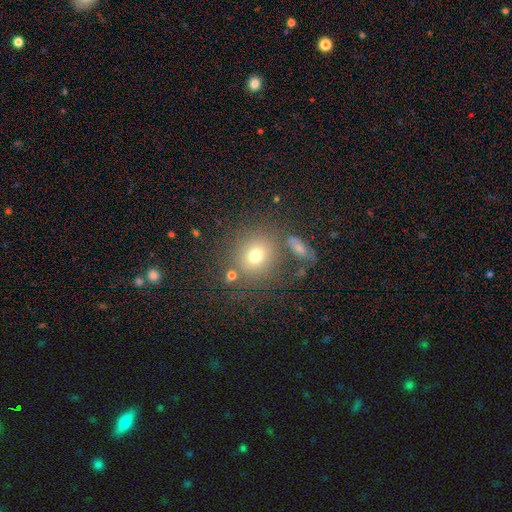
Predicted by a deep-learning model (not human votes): A smooth galaxy with no disk features (71%) that is round (79%).

Vote fractions:
- Smooth or featured? smooth: 71% / star or artifact: 15% / featured or disk: 14%
- How rounded? round: 79% / in between: 20% / cigar-shaped: 1%
- Merging? none: 72% / minor disturbance: 12% / merger: 10% / major disturbance: 6%